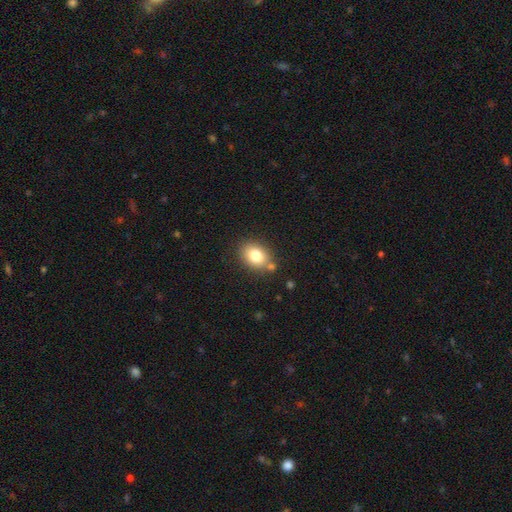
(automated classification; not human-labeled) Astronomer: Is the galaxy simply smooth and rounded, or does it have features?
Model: smooth — 80%.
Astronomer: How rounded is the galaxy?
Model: in between — 60% (runner-up: round, 39%).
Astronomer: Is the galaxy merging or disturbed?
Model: none — 74%.